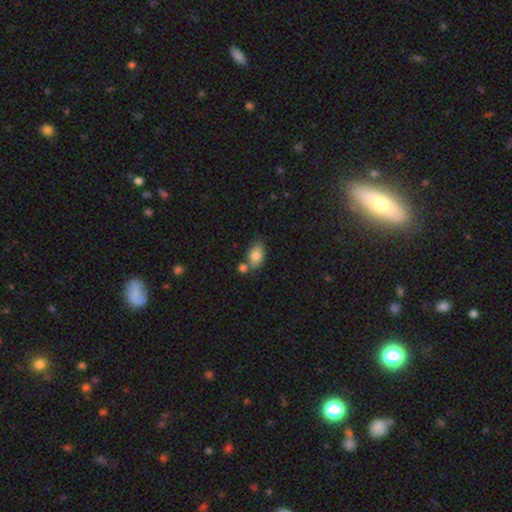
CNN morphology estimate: This is clearly a smooth galaxy (82%). How rounded: clearly in between (85%). Merging: possibly none (55%).